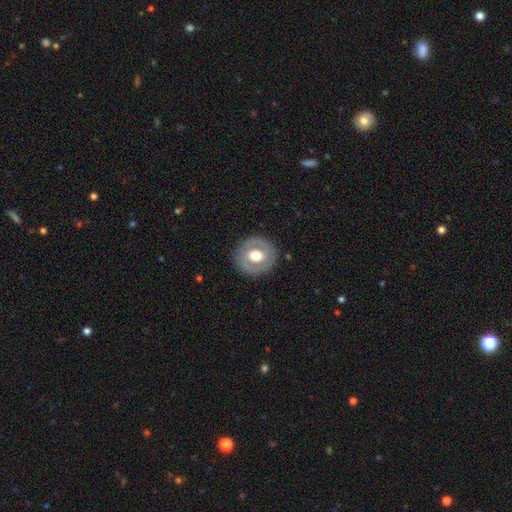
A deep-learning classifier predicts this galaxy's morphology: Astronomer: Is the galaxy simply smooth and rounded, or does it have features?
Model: featured or disk — 50% (runner-up: smooth, 44%).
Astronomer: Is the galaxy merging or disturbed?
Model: none — 85%.